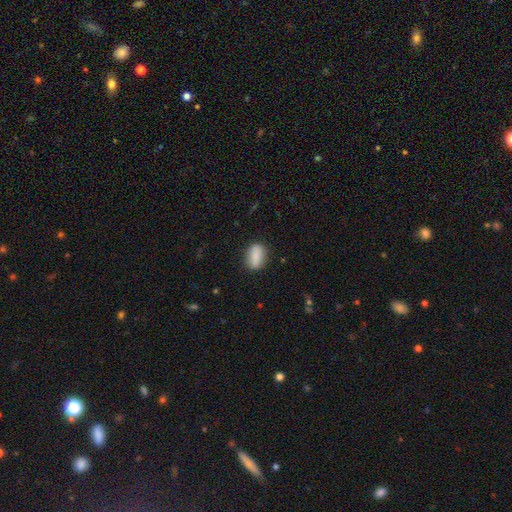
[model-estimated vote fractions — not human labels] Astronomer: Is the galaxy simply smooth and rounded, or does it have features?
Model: smooth — 86%.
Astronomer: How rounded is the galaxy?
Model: in between — 85%.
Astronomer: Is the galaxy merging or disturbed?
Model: none — 81%.